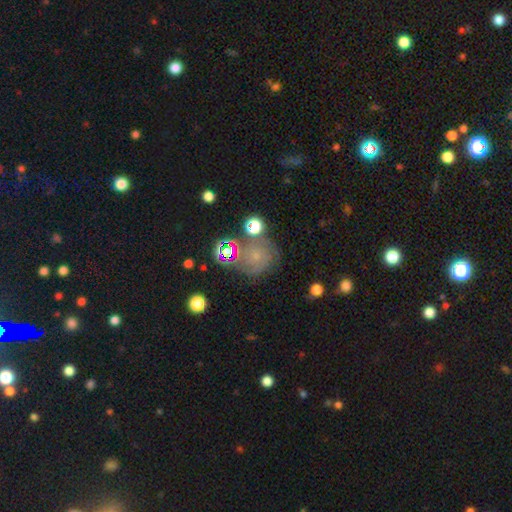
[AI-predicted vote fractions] Smooth or featured? Predicted: featured or disk (p=0.50). Merging? Predicted: none (p=0.59).